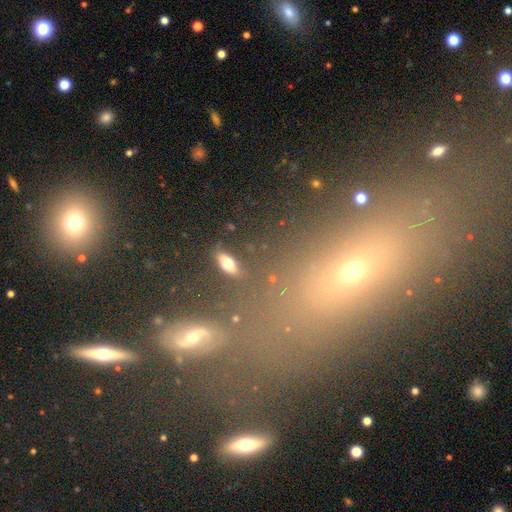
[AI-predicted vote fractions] smooth_or_featured: smooth (p=0.46) [alt: star or artifact p=0.33]
merging: none (p=0.64) [alt: merger p=0.15]